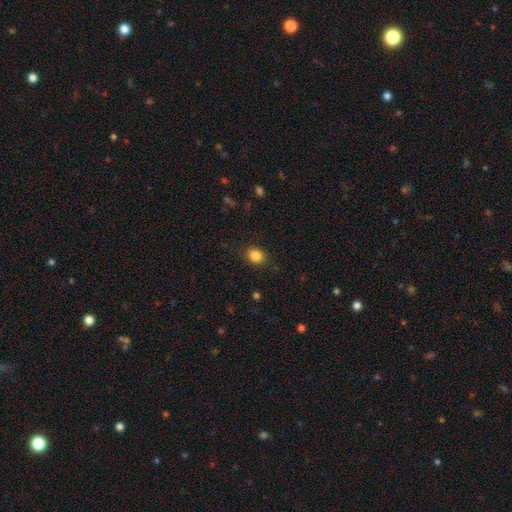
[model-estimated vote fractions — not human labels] This is clearly a smooth galaxy (85%). How rounded: possibly round (57%). Merging: clearly none (88%).